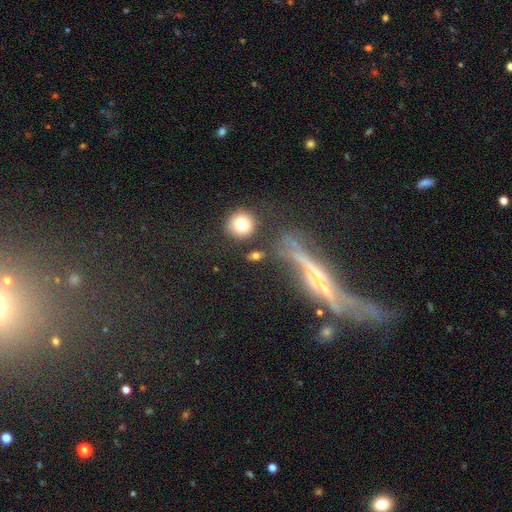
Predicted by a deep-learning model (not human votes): Smooth or featured? Predicted: smooth (p=0.70). How rounded? Predicted: round (p=0.49). Merging? Predicted: none (p=0.68).